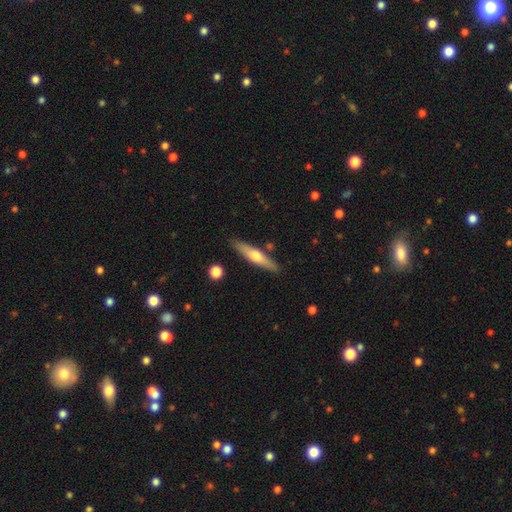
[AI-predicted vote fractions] Smooth or featured? Predicted: featured or disk (p=0.51). Edge-on disk? Predicted: yes (p=0.93). Merging? Predicted: none (p=0.86).